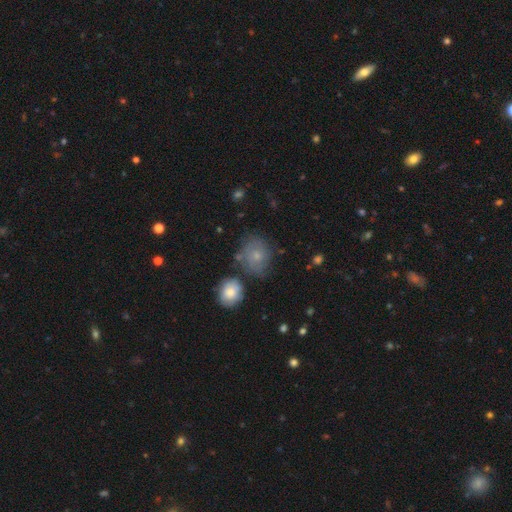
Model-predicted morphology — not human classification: smooth 59%, featured or disk 28%, star or artifact 13%. Down the decision tree: how rounded — round (69%); merging — none (60%).